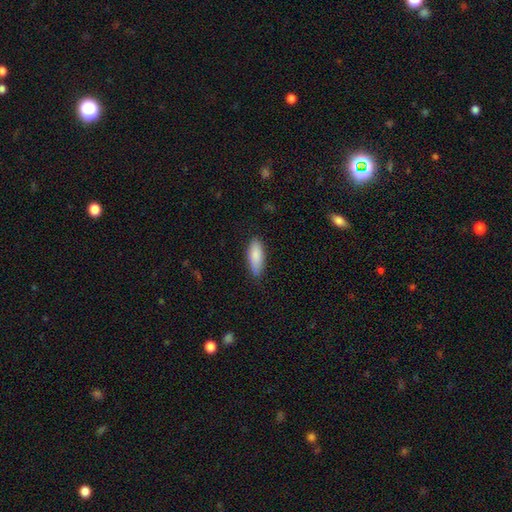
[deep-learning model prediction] The model was most divided on "how rounded": in between: 74%, cigar-shaped: 24%, round: 2%. More confident: smooth or featured — smooth (86%); merging — none (75%).